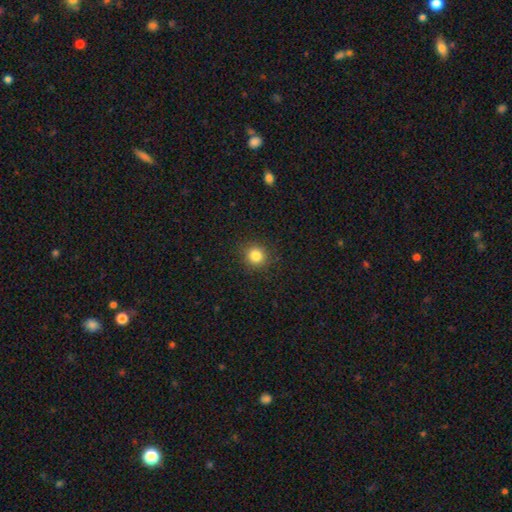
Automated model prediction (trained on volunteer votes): Smooth or featured: smooth — 83% (star or artifact — 12%)
How rounded: round — 91% (in between — 8%)
Merging: none — 90% (minor disturbance — 7%)